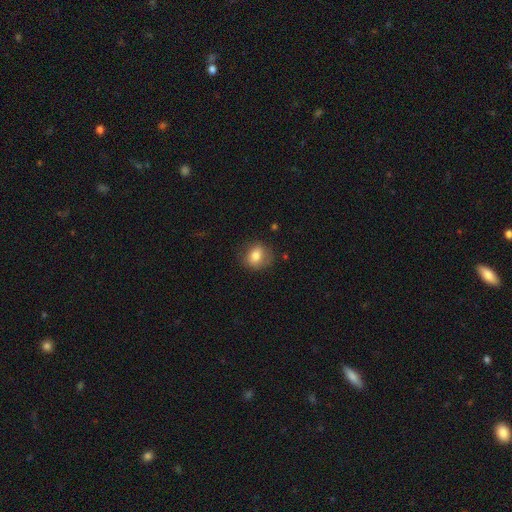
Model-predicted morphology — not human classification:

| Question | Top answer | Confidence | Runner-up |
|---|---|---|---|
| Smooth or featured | smooth | 77% | featured or disk (14%) |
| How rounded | round | 55% | in between (43%) |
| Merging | none | 75% | minor disturbance (18%) |